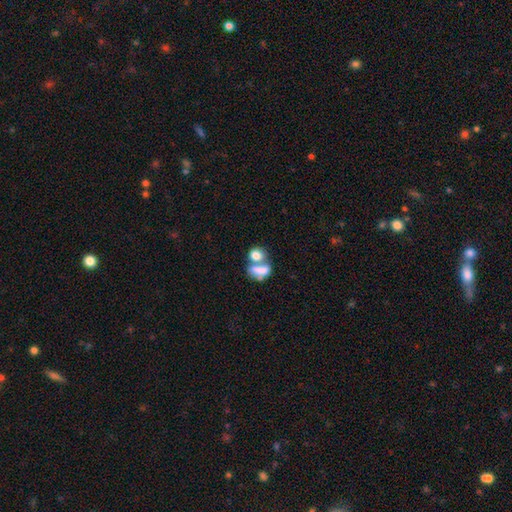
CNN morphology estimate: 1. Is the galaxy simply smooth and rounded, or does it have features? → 74% smooth, 16% featured or disk, 10% star or artifact.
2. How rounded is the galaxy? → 61% in between, 34% round, 5% cigar-shaped.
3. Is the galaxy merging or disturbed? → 56% merger, 27% none, 9% minor disturbance, 7% major disturbance.